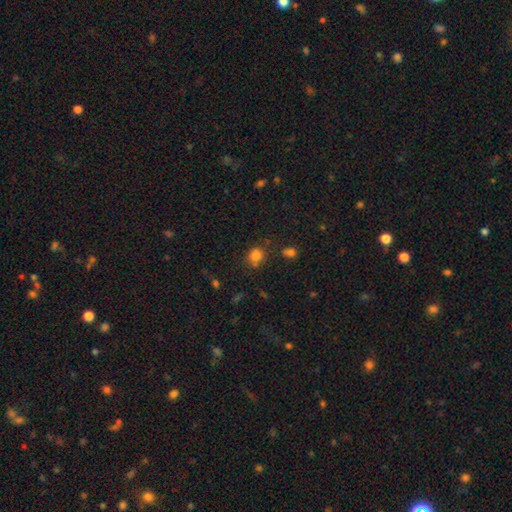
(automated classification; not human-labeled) Morphology: type=smooth (78%); roundness=round (75%); merging=none (66%).